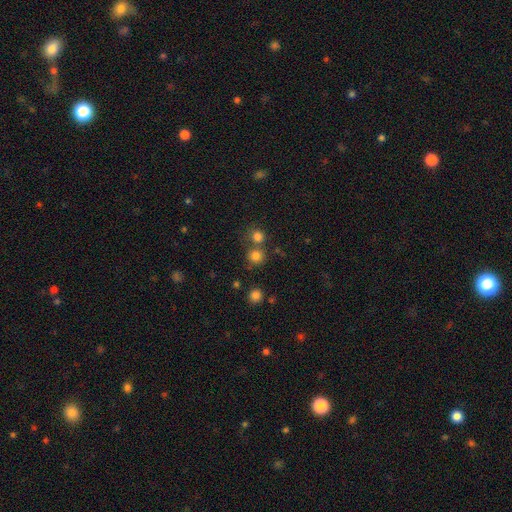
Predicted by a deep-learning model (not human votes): smooth 79%, star or artifact 16%, featured or disk 6%. Down the decision tree: how rounded — round (91%); merging — none (65%).